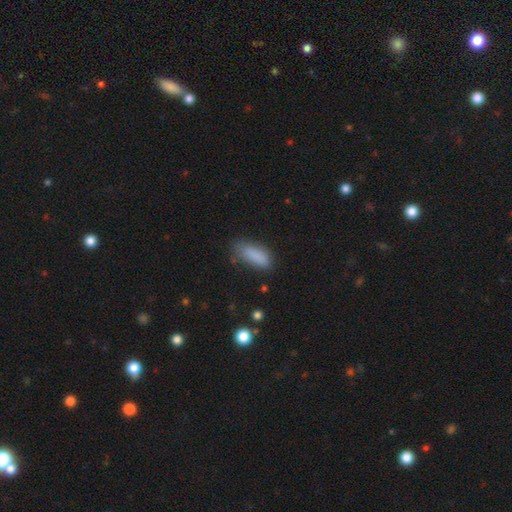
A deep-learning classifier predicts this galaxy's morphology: This appears to be a smooth galaxy with no disk features (85%) that is in between round and cigar-shaped (69%). Merging: none (64%).